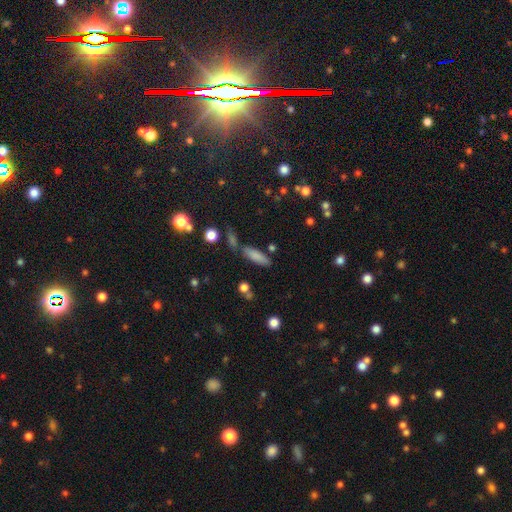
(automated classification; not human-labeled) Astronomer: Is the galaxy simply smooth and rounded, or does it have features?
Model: smooth — 80%.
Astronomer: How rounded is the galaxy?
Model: cigar-shaped — 54% (runner-up: in between, 43%).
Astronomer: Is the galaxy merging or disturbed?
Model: none — 71%.